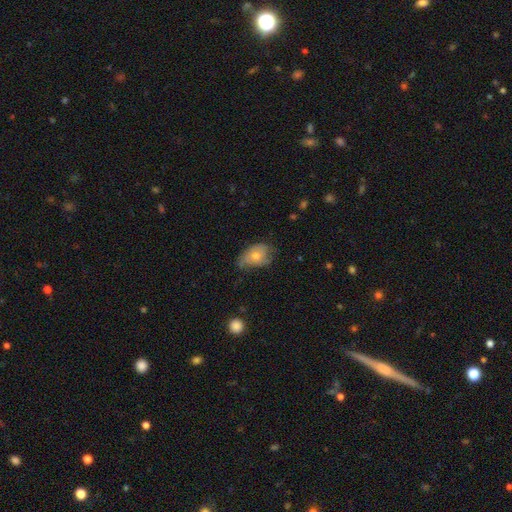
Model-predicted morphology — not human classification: A smooth galaxy with no disk features (58%) that is in between round and cigar-shaped (83%).

Vote fractions:
- Smooth or featured? smooth: 58% / featured or disk: 33% / star or artifact: 9%
- How rounded? in between: 83% / round: 15% / cigar-shaped: 2%
- Merging? none: 45% / minor disturbance: 39% / major disturbance: 14% / merger: 2%